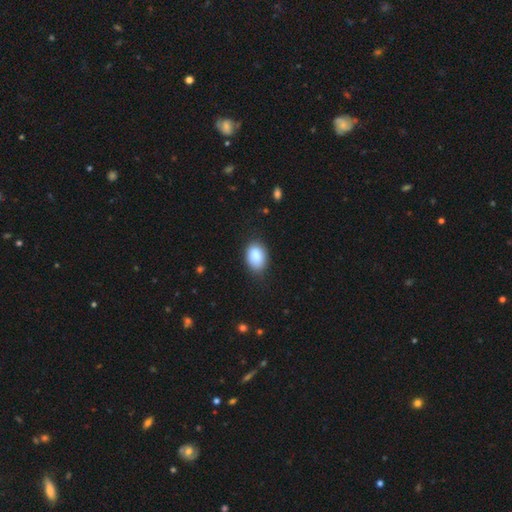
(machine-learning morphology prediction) Smooth or featured? Predicted: smooth (p=0.87). How rounded? Predicted: in between (p=0.82). Merging? Predicted: none (p=0.80).